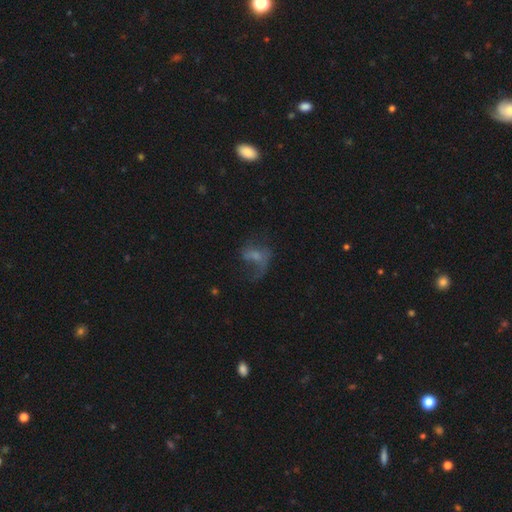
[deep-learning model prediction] This appears to be a featured or disk galaxy (53%) with no bar (65%), spiral arms (66%) and a small central bulge (39%). Merging: major disturbance (48%).